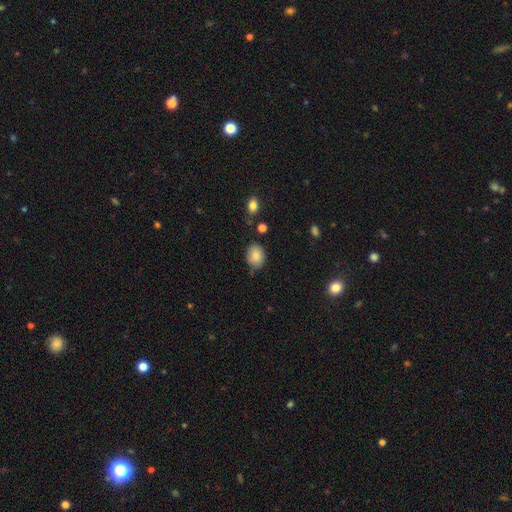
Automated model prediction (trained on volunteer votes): Smooth or featured? smooth (84%)
How rounded? in between (60%)
Merging? none (76%)